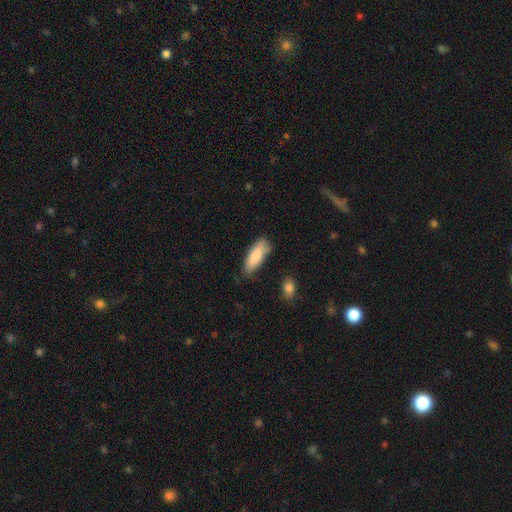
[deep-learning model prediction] This is clearly a smooth galaxy (86%). How rounded: likely in between (63%). Merging: likely none (76%).